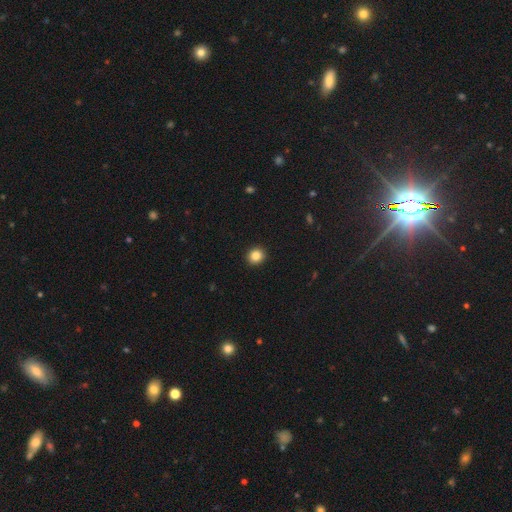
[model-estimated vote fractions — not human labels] Smooth or featured: smooth — 86% (star or artifact — 10%)
How rounded: round — 87% (in between — 13%)
Merging: none — 93% (minor disturbance — 5%)